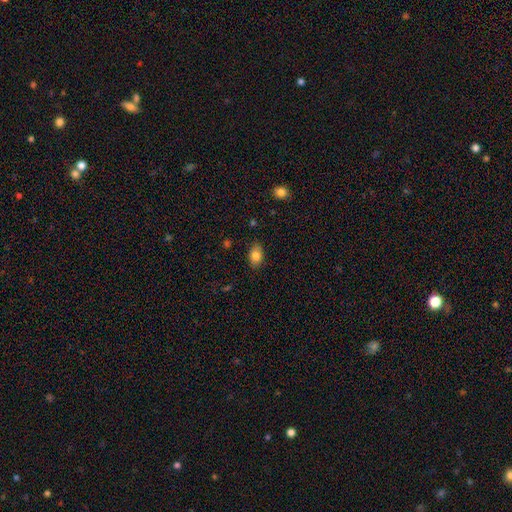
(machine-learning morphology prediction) This is clearly a smooth galaxy (82%). How rounded: clearly in between (87%). Merging: clearly none (84%).